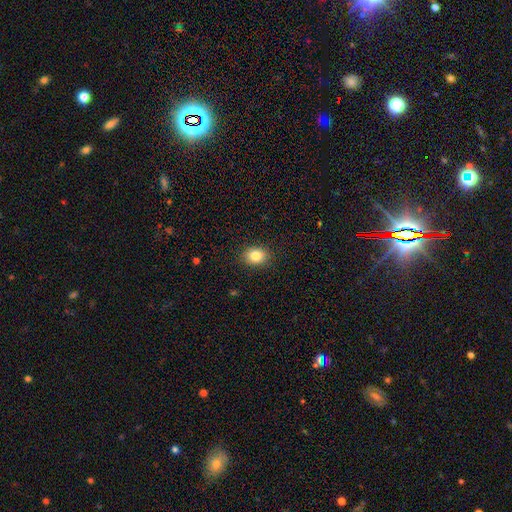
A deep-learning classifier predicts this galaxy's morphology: Smooth or featured? Predicted: smooth (p=0.84). How rounded? Predicted: in between (p=0.59). Merging? Predicted: none (p=0.89).